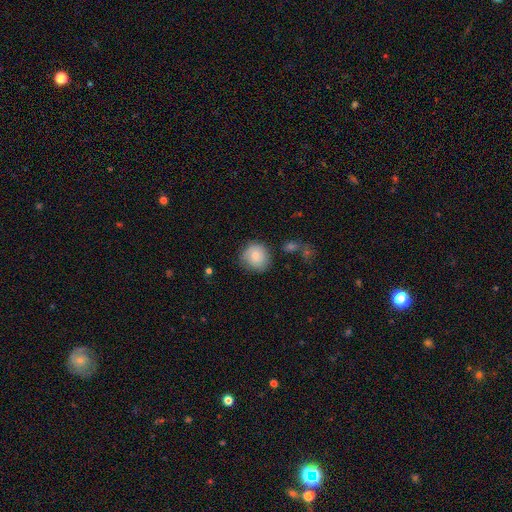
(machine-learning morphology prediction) A smooth galaxy with no disk features (77%) that is round (89%). Merging: none (75%).